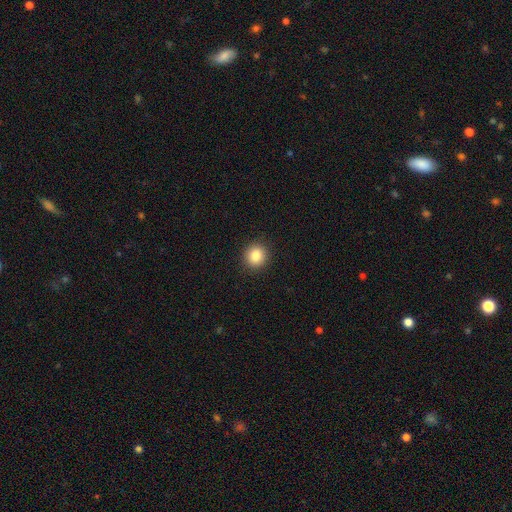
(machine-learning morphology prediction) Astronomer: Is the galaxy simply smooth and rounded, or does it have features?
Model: smooth — 84%.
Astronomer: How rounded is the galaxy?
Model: round — 86%.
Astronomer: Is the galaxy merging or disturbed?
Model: none — 92%.